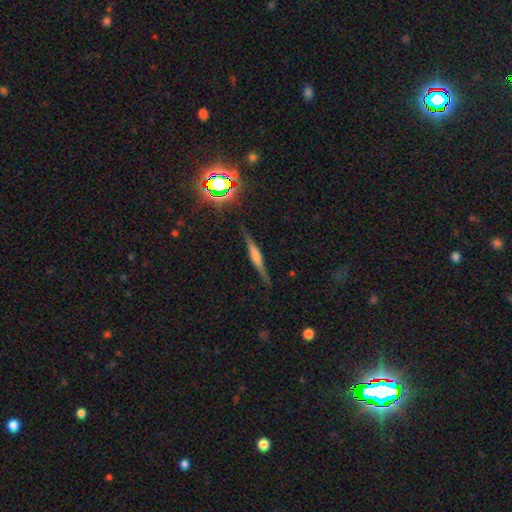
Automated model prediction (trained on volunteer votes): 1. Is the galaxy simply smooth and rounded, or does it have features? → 63% featured or disk, 27% smooth, 11% star or artifact.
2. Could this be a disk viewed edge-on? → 96% yes, 4% no.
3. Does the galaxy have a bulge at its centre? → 43% rounded, 41% boxy, 16% none.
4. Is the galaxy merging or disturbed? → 84% none, 12% minor disturbance, 3% major disturbance, 2% merger.